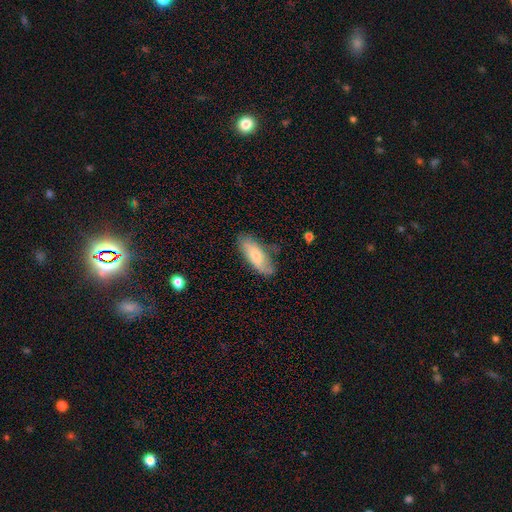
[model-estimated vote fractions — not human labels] A smooth galaxy with no disk features (67%) that is in between round and cigar-shaped (71%).

Vote fractions:
- Smooth or featured? smooth: 67% / featured or disk: 27% / star or artifact: 6%
- How rounded? in between: 71% / cigar-shaped: 27% / round: 2%
- Merging? none: 68% / minor disturbance: 24% / major disturbance: 6% / merger: 2%